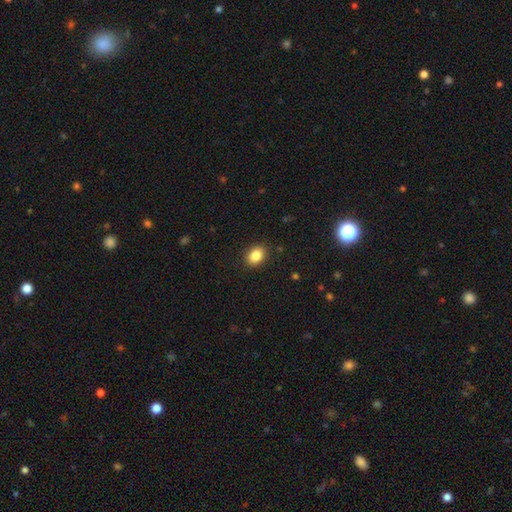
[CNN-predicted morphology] This is clearly a smooth galaxy (85%). How rounded: likely in between (63%). Merging: clearly none (89%).